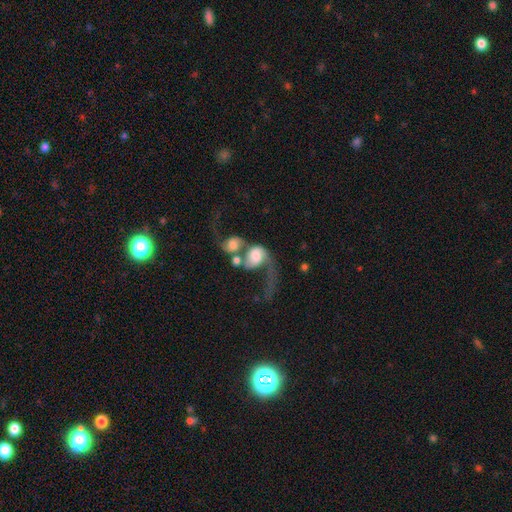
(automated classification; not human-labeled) smooth_or_featured: featured or disk (p=0.61) [alt: smooth p=0.31]
disk_edge_on: no (p=0.96) [alt: yes p=0.04]
bar: no (p=0.66) [alt: weak p=0.26]
has_spiral_arms: yes (p=0.82) [alt: no p=0.18]
bulge_size: large (p=0.34) [alt: moderate p=0.31]
merging: merger (p=0.68) [alt: major disturbance p=0.18]